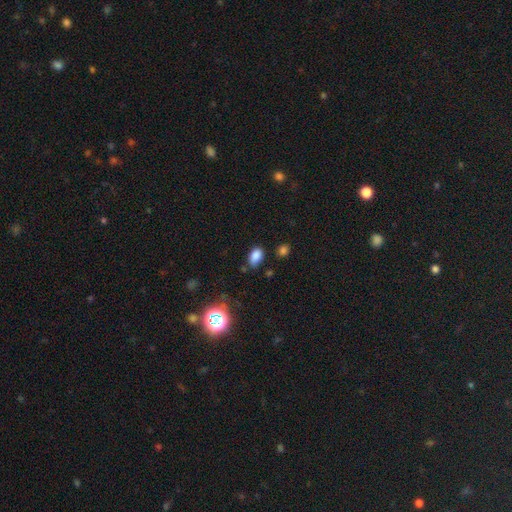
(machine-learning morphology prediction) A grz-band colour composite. It shows a smooth galaxy with no disk features (81%) that is in between round and cigar-shaped (88%). Merging: none (72%).